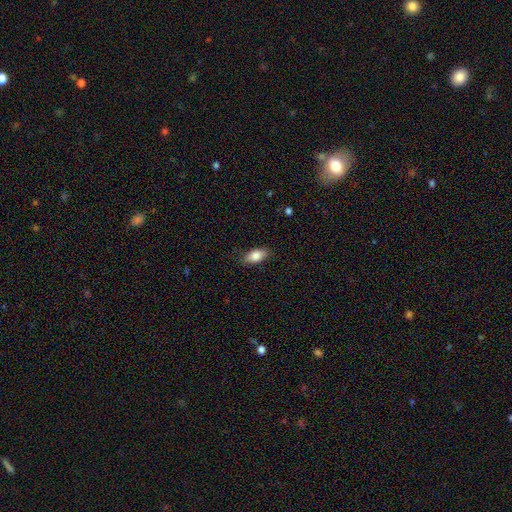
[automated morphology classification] Smooth or featured: smooth — 83% (featured or disk — 10%)
How rounded: in between — 88% (cigar-shaped — 7%)
Merging: none — 83% (minor disturbance — 13%)